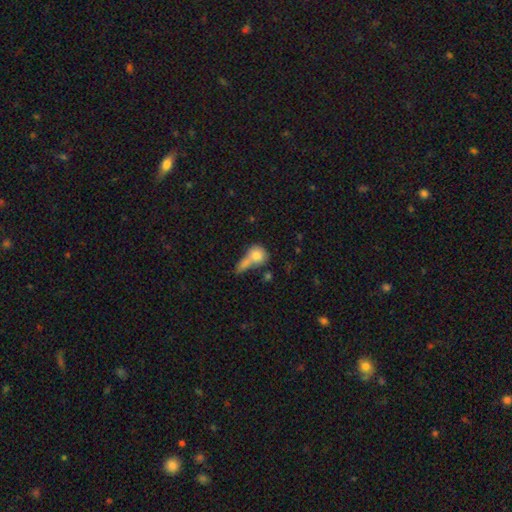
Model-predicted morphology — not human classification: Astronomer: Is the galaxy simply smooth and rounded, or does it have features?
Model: smooth — 78%.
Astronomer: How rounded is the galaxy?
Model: round — 66%.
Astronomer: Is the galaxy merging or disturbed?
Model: merger — 55%.